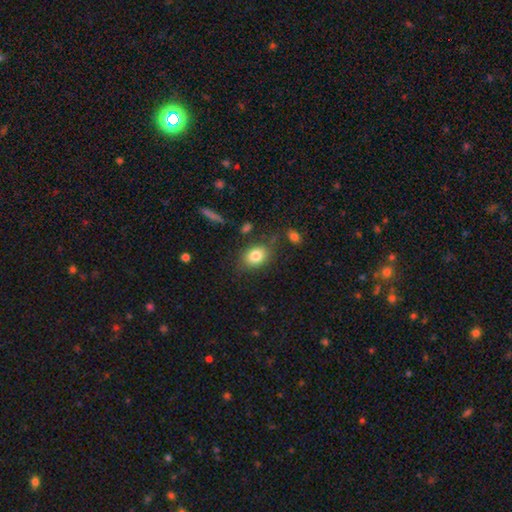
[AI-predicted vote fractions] Smooth or featured: smooth — 82% (featured or disk — 10%)
How rounded: in between — 69% (round — 30%)
Merging: none — 75% (minor disturbance — 16%)